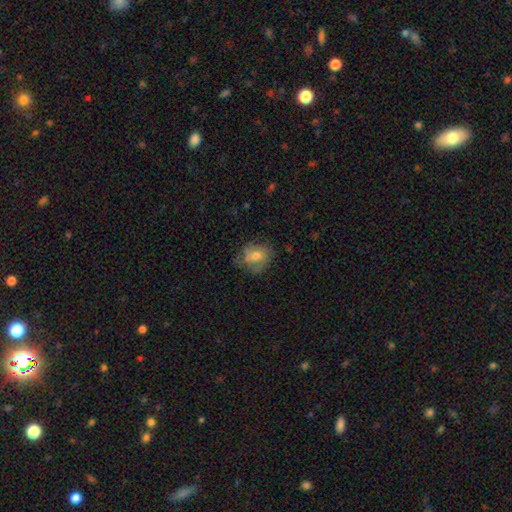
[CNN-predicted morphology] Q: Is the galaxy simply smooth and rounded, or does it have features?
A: smooth — 58%.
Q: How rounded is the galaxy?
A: round — 66%.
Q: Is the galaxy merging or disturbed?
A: none — 59%.